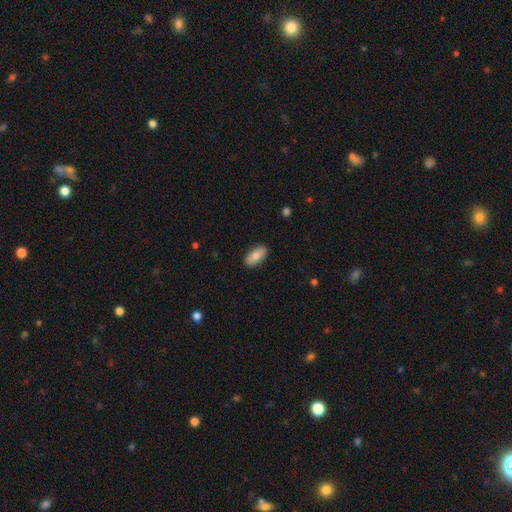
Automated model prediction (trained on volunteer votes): This is clearly a smooth galaxy (83%). How rounded: clearly in between (90%). Merging: clearly none (88%).